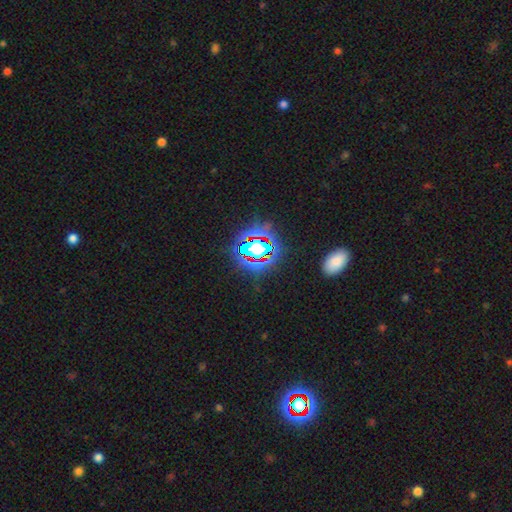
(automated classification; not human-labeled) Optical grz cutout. It shows a star or artifact, not a galaxy (79%).